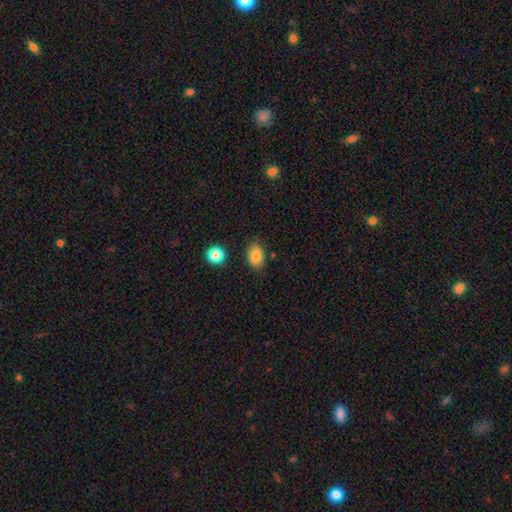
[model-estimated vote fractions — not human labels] Morphology: type=smooth (81%); roundness=in between (86%); merging=none (81%).